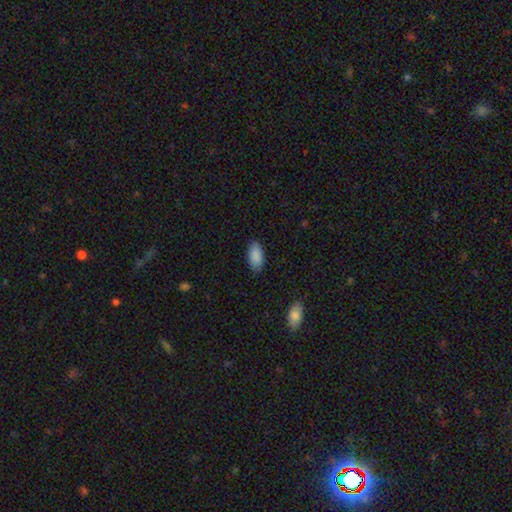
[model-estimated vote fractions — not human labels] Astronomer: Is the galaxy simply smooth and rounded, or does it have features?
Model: smooth — 89%.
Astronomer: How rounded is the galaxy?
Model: in between — 92%.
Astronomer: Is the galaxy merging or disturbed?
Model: none — 85%.